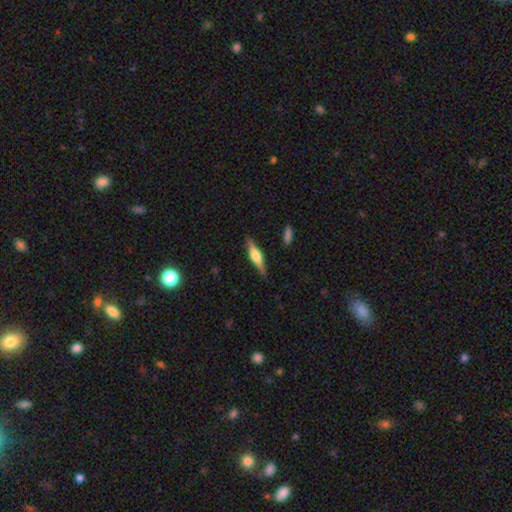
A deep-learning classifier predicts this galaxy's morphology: A featured or disk galaxy (62%) viewed edge-on (96%) with a rounded central bulge (83%).

Vote fractions:
- Smooth or featured? featured or disk: 62% / smooth: 31% / star or artifact: 6%
- Edge-on disk? yes: 96% / no: 4%
- Edge-on bulge? rounded: 83% / boxy: 14% / none: 3%
- Merging? none: 86% / minor disturbance: 10% / major disturbance: 2% / merger: 2%